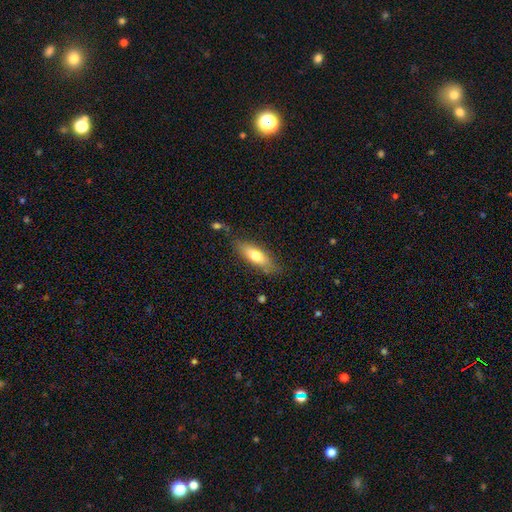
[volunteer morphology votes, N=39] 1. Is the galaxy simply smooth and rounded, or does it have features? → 72% smooth, 28% featured or disk, 0% star or artifact.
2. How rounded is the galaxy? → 64% in between, 32% cigar-shaped, 4% round.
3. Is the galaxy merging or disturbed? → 64% none, 26% minor disturbance, 5% major disturbance, 5% merger.